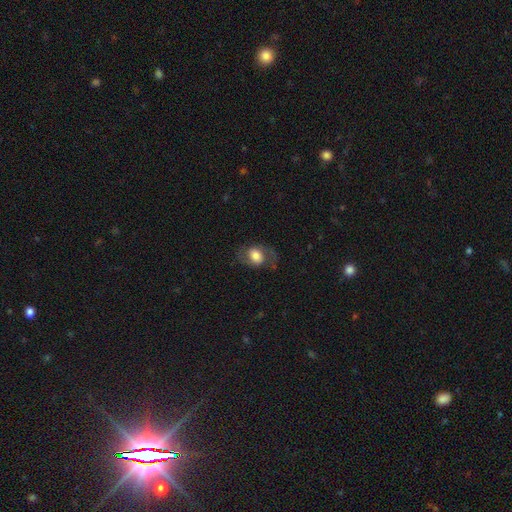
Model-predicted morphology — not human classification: The model was most divided on "smooth or featured": smooth: 47%, featured or disk: 44%, star or artifact: 8%. More confident: merging — none (66%).